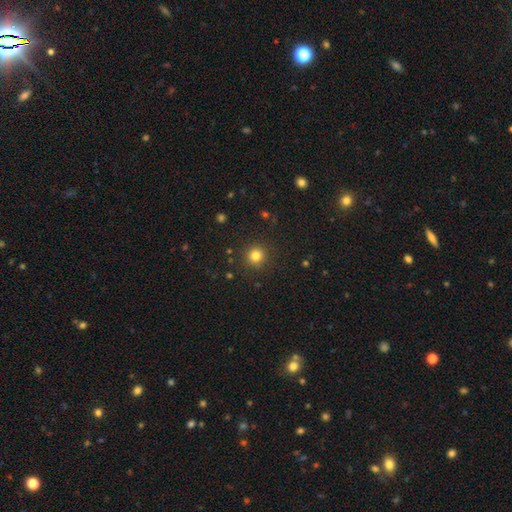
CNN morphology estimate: Smooth or featured? Predicted: smooth (p=0.81). How rounded? Predicted: round (p=0.94). Merging? Predicted: none (p=0.90).